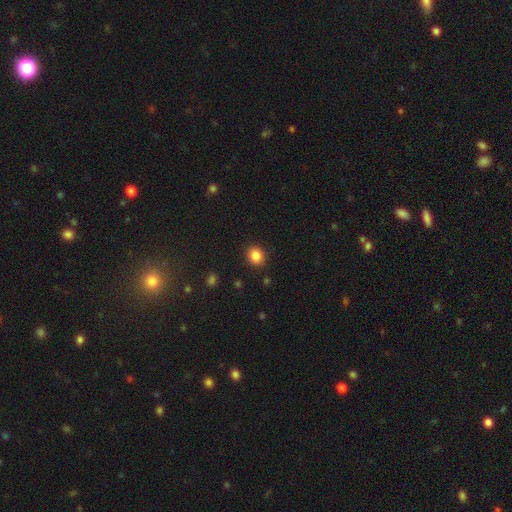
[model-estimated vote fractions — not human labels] Smooth or featured?
  - smooth: 85% *
  - star or artifact: 10%
  - featured or disk: 5%
How rounded?
  - round: 69% *
  - in between: 30%
  - cigar-shaped: 1%
Merging?
  - none: 89% *
  - minor disturbance: 7%
  - major disturbance: 2%
  - merger: 1%